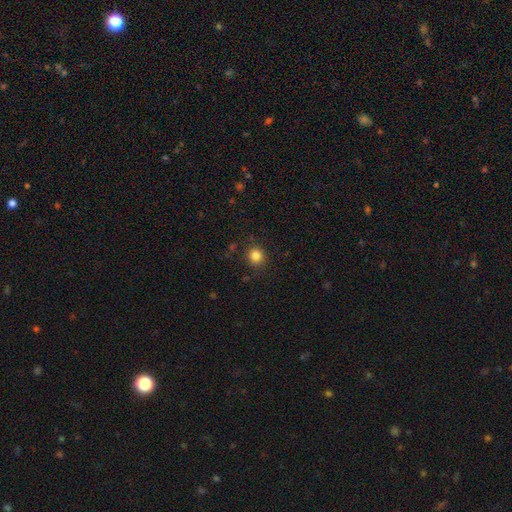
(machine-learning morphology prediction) The model was most divided on "smooth or featured": smooth: 84%, star or artifact: 12%, featured or disk: 5%. More confident: how rounded — round (89%); merging — none (87%).